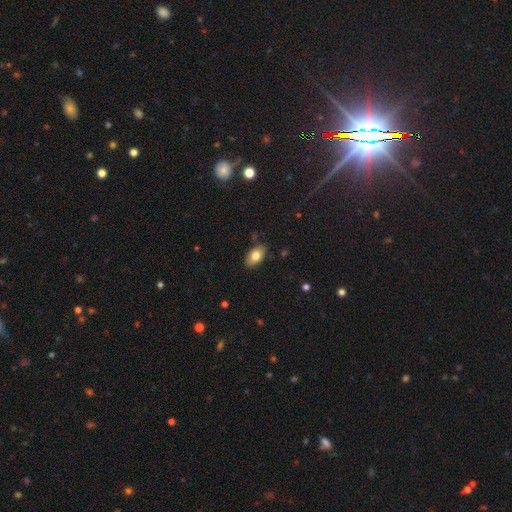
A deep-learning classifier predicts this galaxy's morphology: Smooth or featured: smooth — 80% (featured or disk — 12%)
How rounded: in between — 92% (round — 6%)
Merging: none — 84% (minor disturbance — 12%)